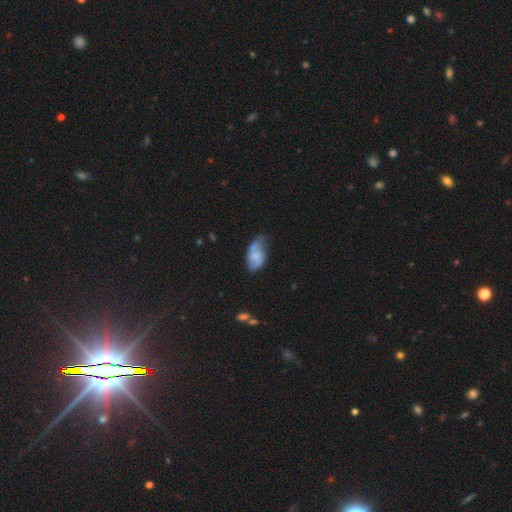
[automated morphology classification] Q: Smooth or featured?
A: smooth (53%); runner-up: featured or disk (40%)
Q: How rounded?
A: in between (92%); runner-up: round (5%)
Q: Merging?
A: minor disturbance (39%); runner-up: none (37%)